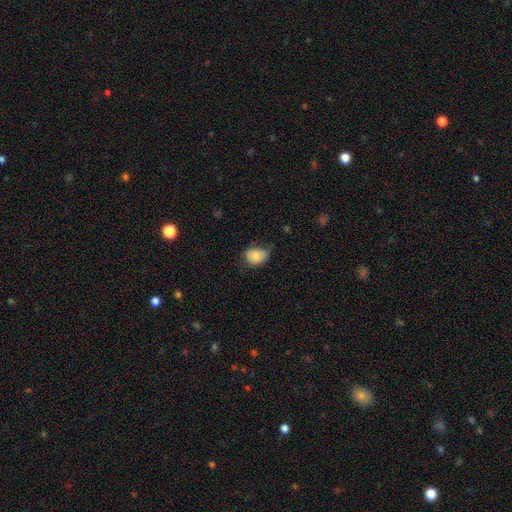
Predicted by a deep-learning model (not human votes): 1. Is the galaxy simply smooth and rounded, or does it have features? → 79% smooth, 13% featured or disk, 8% star or artifact.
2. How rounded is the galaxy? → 55% in between, 44% round, 1% cigar-shaped.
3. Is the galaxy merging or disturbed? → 54% none, 35% minor disturbance, 10% major disturbance, 2% merger.